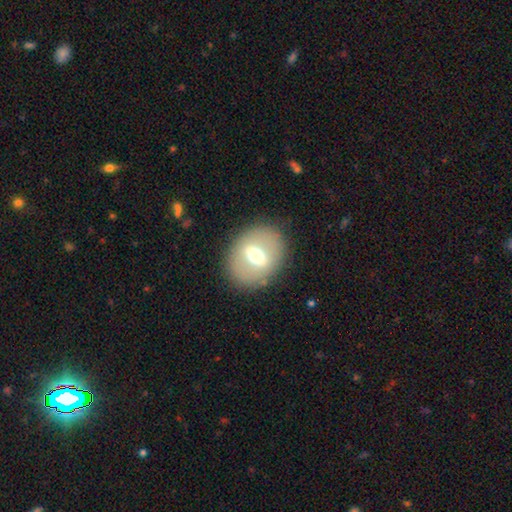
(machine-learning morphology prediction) smooth 47%, featured or disk 44%, star or artifact 9%. Down the decision tree: merging — none (85%).